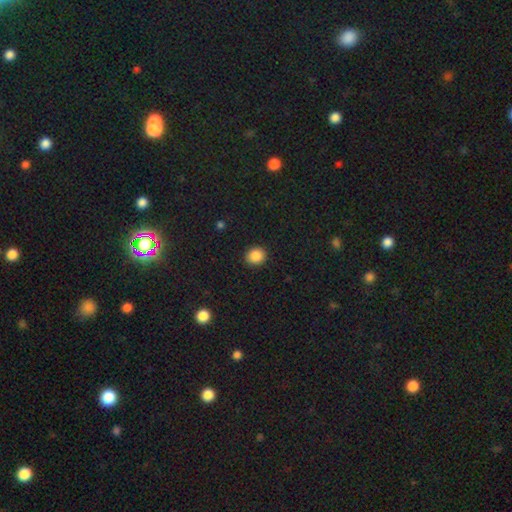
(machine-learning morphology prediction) A smooth galaxy with no disk features (87%) that is round (79%).

Vote fractions:
- Smooth or featured? smooth: 87% / star or artifact: 10% / featured or disk: 3%
- How rounded? round: 79% / in between: 20% / cigar-shaped: 1%
- Merging? none: 90% / minor disturbance: 7% / major disturbance: 2% / merger: 1%